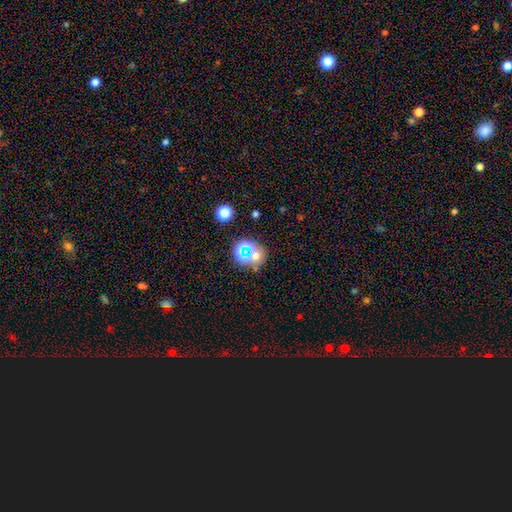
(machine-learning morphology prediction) A star or artifact, not a galaxy (47%).